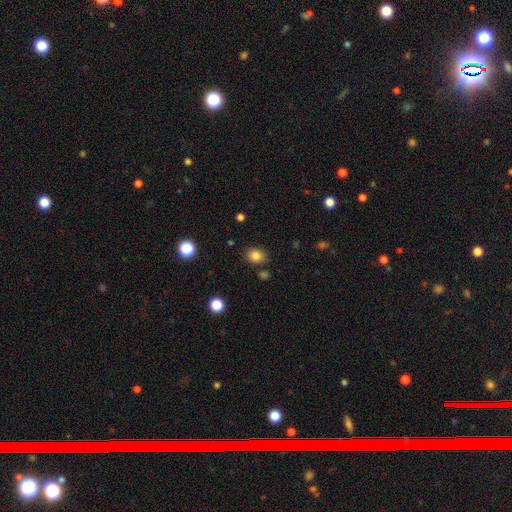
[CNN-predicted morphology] This is clearly a smooth galaxy (82%). How rounded: possibly round (51%). Merging: clearly none (83%).